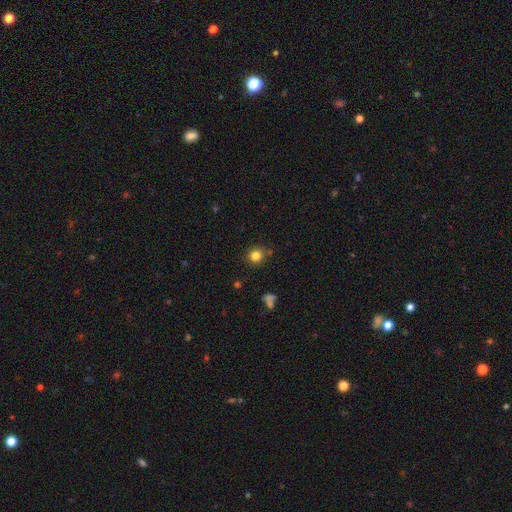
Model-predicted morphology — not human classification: A smooth galaxy with no disk features (82%) that is round (88%). Merging: none (83%).